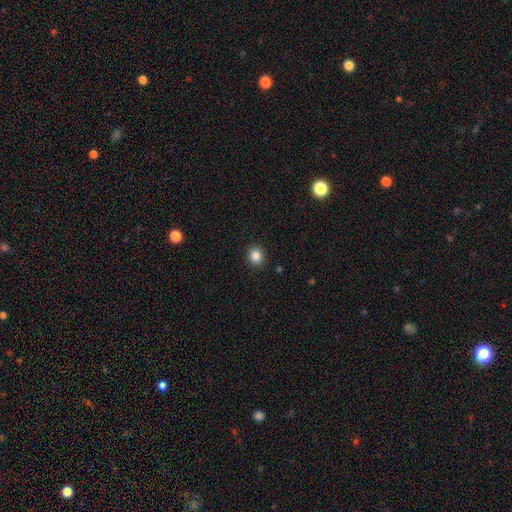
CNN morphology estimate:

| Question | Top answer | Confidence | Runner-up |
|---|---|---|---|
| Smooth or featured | smooth | 85% | star or artifact (11%) |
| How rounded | round | 86% | in between (13%) |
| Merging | none | 92% | minor disturbance (5%) |